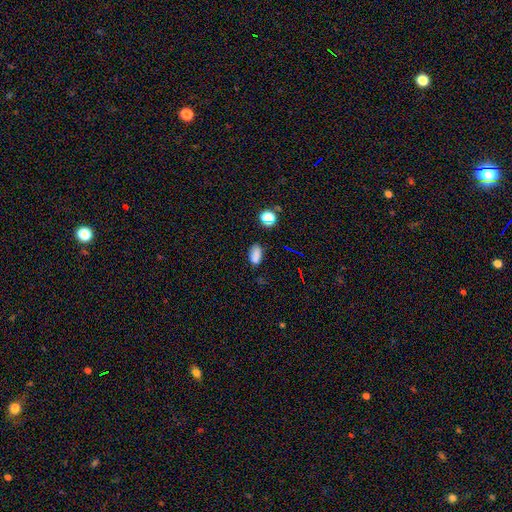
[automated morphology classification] Q: Smooth or featured?
A: smooth (77%); runner-up: star or artifact (17%)
Q: How rounded?
A: in between (89%); runner-up: round (7%)
Q: Merging?
A: none (76%); runner-up: minor disturbance (17%)